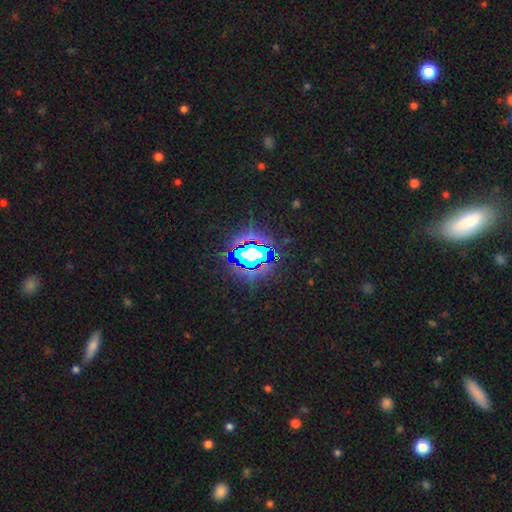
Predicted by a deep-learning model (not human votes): smooth-or-featured: star or artifact: 73% | featured or disk: 14% | smooth: 13%